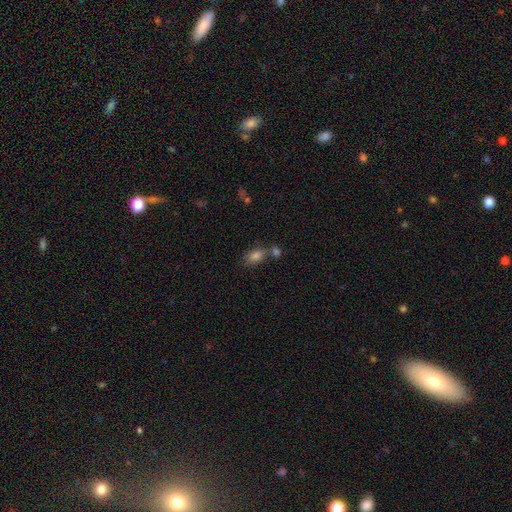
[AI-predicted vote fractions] This is clearly a smooth galaxy (81%). How rounded: clearly in between (88%). Merging: likely none (62%).